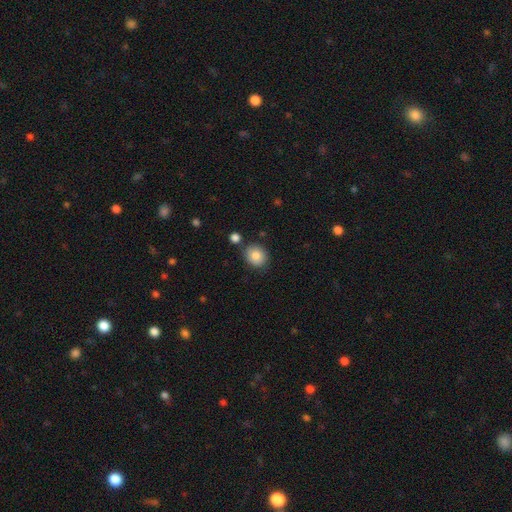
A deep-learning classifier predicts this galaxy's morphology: The model was most divided on "how rounded": round: 74%, in between: 26%, cigar-shaped: 1%. More confident: smooth or featured — smooth (83%); merging — none (80%).